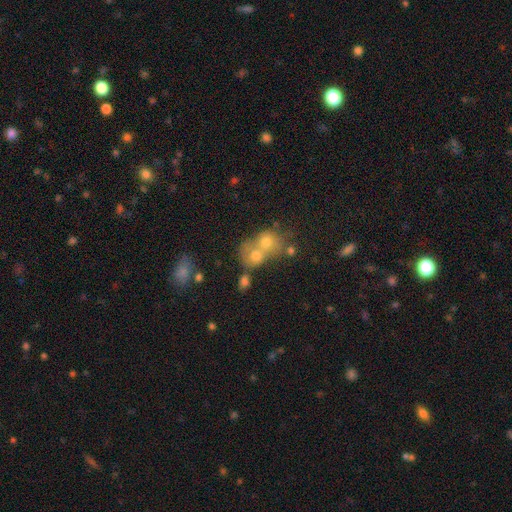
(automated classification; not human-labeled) Overall: smooth (67%). How rounded: round (60%; in between 39%). Merging: merger (71%).